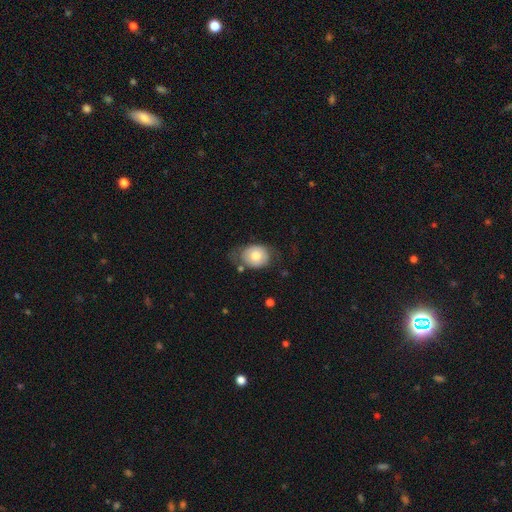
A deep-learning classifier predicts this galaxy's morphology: Smooth or featured: smooth — 66% (featured or disk — 27%)
How rounded: in between — 50% (round — 49%)
Merging: none — 54% (minor disturbance — 28%)